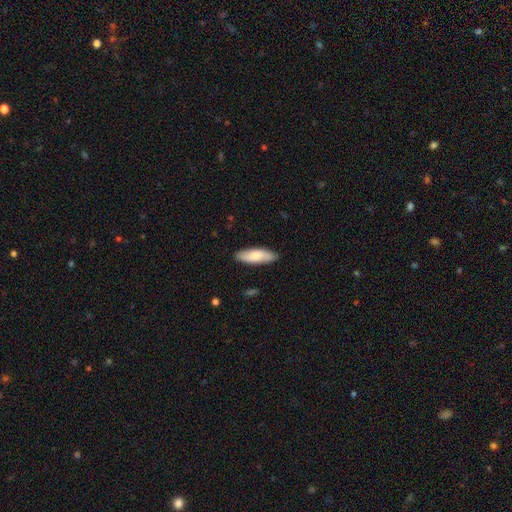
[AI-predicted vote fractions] This appears to be a smooth galaxy with no disk features (75%) that is in between round and cigar-shaped (53%). Merging: none (86%).